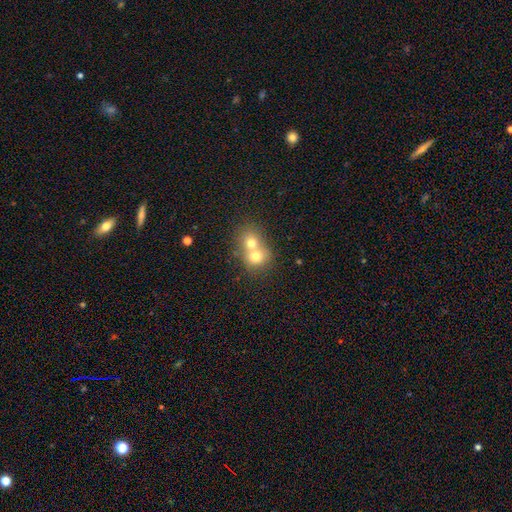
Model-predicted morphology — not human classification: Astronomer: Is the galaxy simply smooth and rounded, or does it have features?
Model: smooth — 70%.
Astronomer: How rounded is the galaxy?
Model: round — 76%.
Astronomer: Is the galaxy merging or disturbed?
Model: merger — 69%.